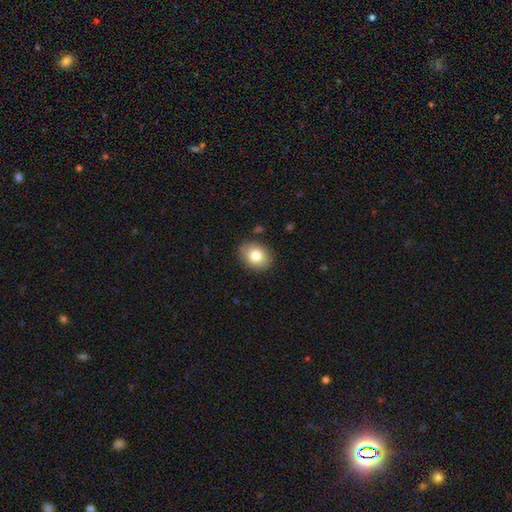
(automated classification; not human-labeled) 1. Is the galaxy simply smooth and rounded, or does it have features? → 80% smooth, 11% featured or disk, 9% star or artifact.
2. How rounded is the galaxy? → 59% in between, 40% round, 1% cigar-shaped.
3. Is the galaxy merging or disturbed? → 85% none, 11% minor disturbance, 2% major disturbance, 2% merger.